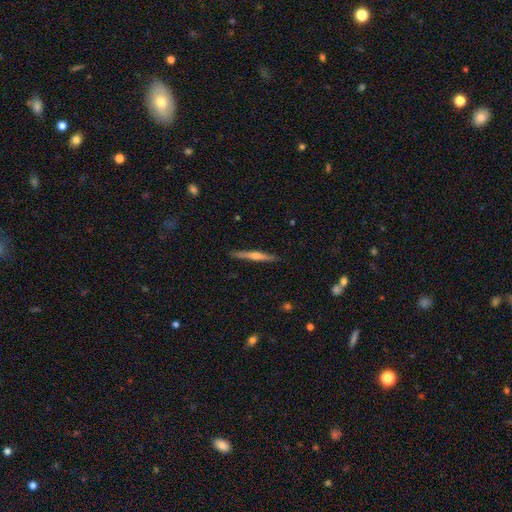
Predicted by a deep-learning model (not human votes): The model was most divided on "smooth or featured": featured or disk: 62%, smooth: 32%, star or artifact: 6%. More confident: edge-on disk — yes (98%); merging — none (90%); edge-on bulge — rounded (71%).